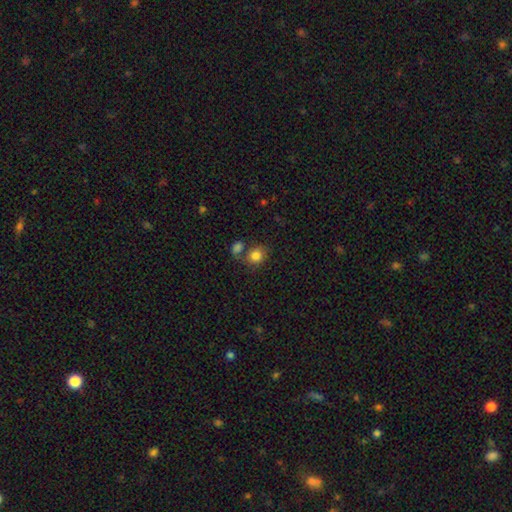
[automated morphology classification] Q: Smooth or featured?
A: smooth (81%); runner-up: star or artifact (10%)
Q: How rounded?
A: round (65%); runner-up: in between (34%)
Q: Merging?
A: none (49%); runner-up: merger (27%)